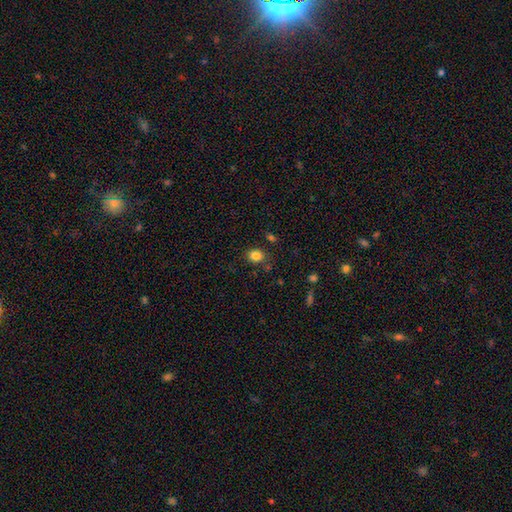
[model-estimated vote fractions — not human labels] Smooth or featured: smooth — 84% (star or artifact — 11%)
How rounded: round — 58% (in between — 41%)
Merging: none — 79% (minor disturbance — 13%)